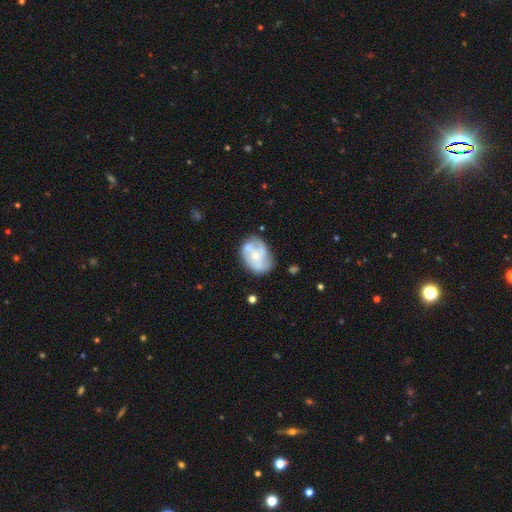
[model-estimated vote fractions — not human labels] smooth_or_featured: featured or disk (p=0.60) [alt: smooth p=0.33]
disk_edge_on: no (p=0.97) [alt: yes p=0.03]
bar: no (p=0.75) [alt: weak p=0.21]
has_spiral_arms: yes (p=0.59) [alt: no p=0.41]
bulge_size: small (p=0.55) [alt: moderate p=0.36]
merging: none (p=0.59) [alt: minor disturbance p=0.24]